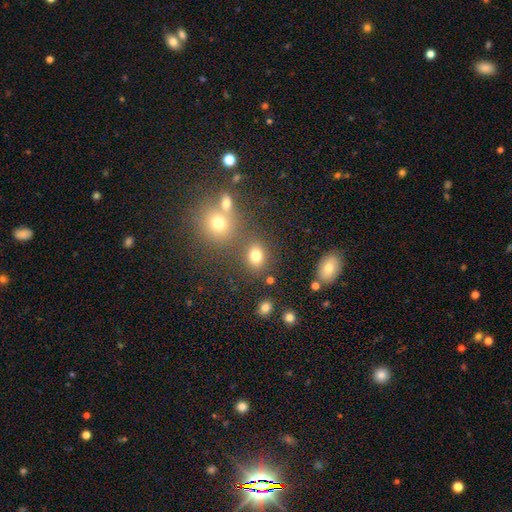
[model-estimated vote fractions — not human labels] Smooth or featured? smooth (76%)
How rounded? round (56%)
Merging? none (73%)